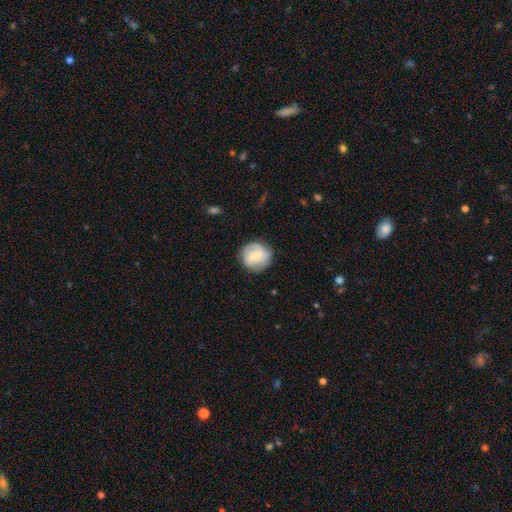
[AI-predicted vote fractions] Morphology: type=smooth (60%); roundness=round (91%); merging=none (78%).